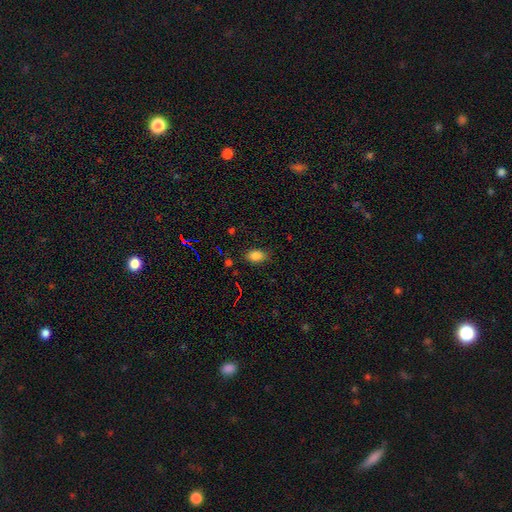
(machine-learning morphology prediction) Q: Smooth or featured?
A: smooth (83%); runner-up: star or artifact (11%)
Q: How rounded?
A: in between (86%); runner-up: round (12%)
Q: Merging?
A: none (83%); runner-up: minor disturbance (12%)